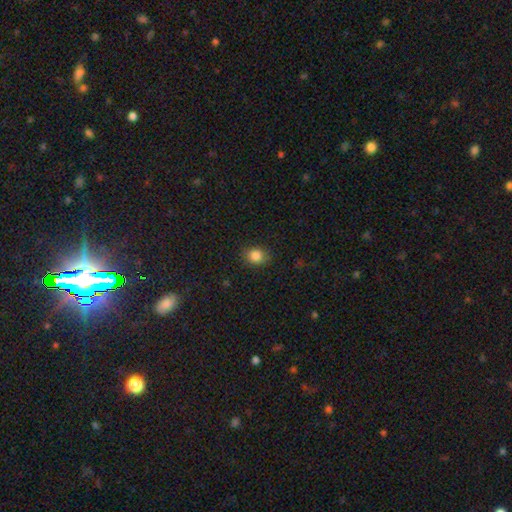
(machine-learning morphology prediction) smooth 85%, star or artifact 11%, featured or disk 5%. Down the decision tree: how rounded — round (64%); merging — none (86%).